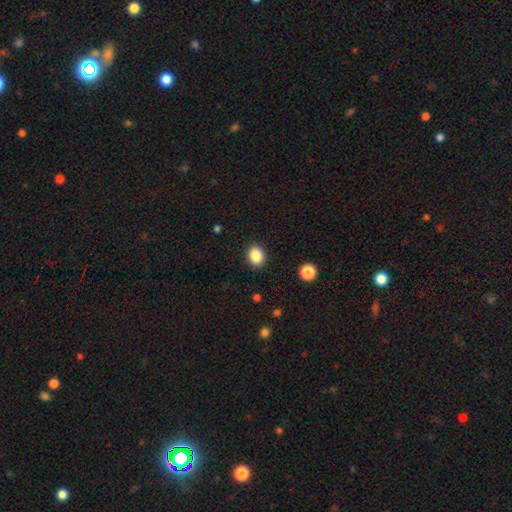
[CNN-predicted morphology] Smooth or featured: smooth — 86% (star or artifact — 10%)
How rounded: round — 55% (in between — 44%)
Merging: none — 90% (minor disturbance — 7%)